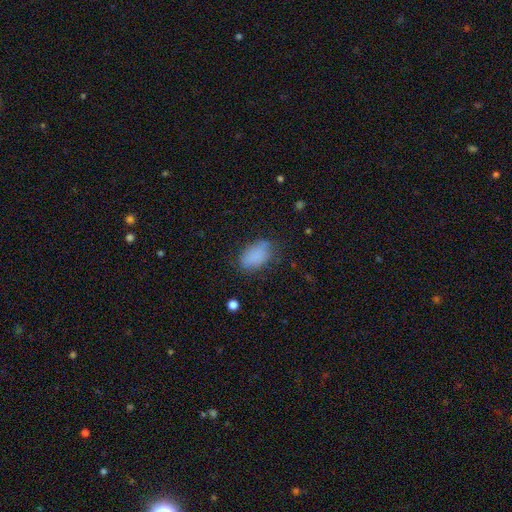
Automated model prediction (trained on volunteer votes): Smooth or featured?
  - smooth: 85% *
  - star or artifact: 9%
  - featured or disk: 7%
How rounded?
  - in between: 91% *
  - round: 7%
  - cigar-shaped: 2%
Merging?
  - none: 68% *
  - minor disturbance: 23%
  - major disturbance: 7%
  - merger: 2%